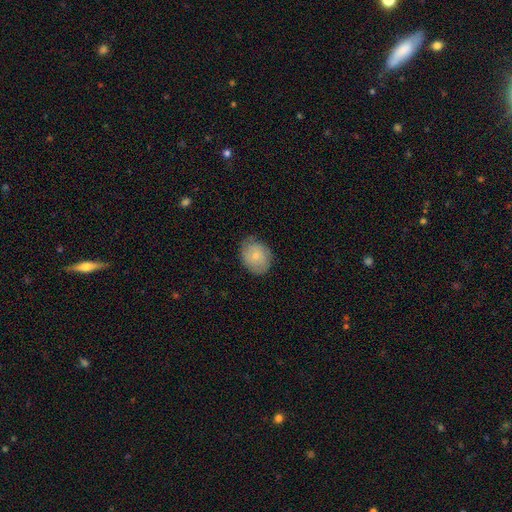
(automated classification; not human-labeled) Morphology: type=smooth (70%); roundness=round (54%); merging=none (73%).